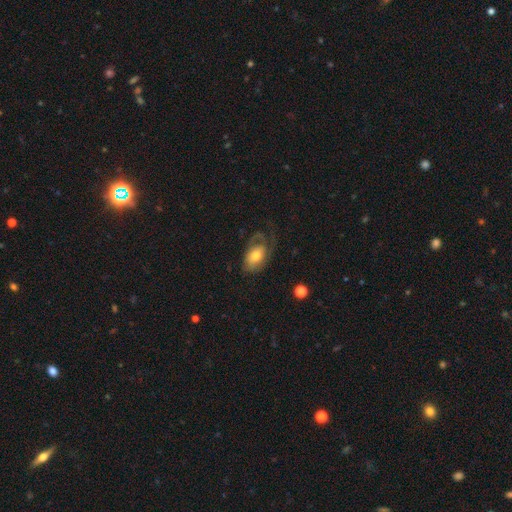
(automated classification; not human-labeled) Smooth or featured: featured or disk — 47% (smooth — 46%)
Merging: none — 39% (major disturbance — 35%)